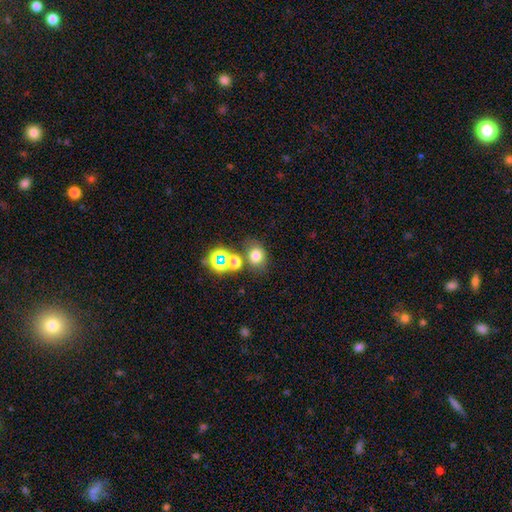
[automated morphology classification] This appears to be a smooth galaxy with no disk features (71%) that is round (57%). Merging: none (66%).